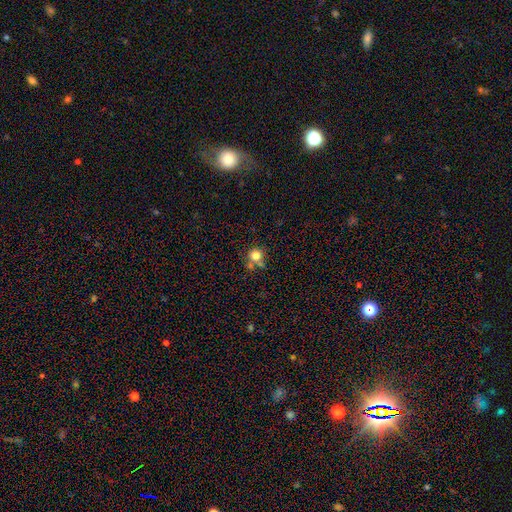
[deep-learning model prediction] smooth-or-featured: smooth: 79% | star or artifact: 13% | featured or disk: 9%
  how-rounded: round: 90% | in between: 9% | cigar-shaped: 1%
  merging: none: 59% | merger: 26% | minor disturbance: 11% | major disturbance: 5%